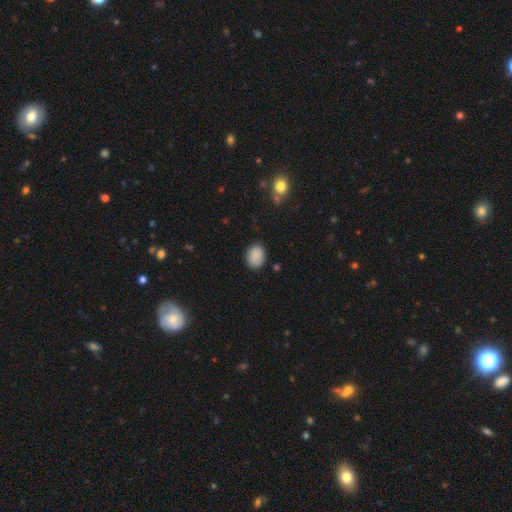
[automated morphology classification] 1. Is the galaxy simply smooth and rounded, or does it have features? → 89% smooth, 8% star or artifact, 3% featured or disk.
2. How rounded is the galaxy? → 73% in between, 26% round, 1% cigar-shaped.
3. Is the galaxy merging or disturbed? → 84% none, 12% minor disturbance, 3% major disturbance, 1% merger.